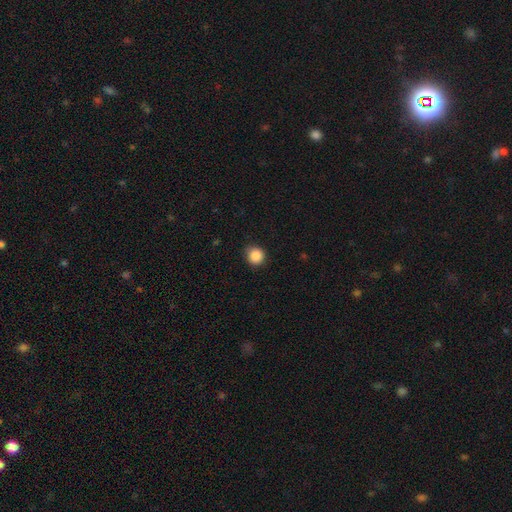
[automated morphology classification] Smooth or featured: smooth — 88% (star or artifact — 10%)
How rounded: round — 91% (in between — 8%)
Merging: none — 86% (minor disturbance — 10%)